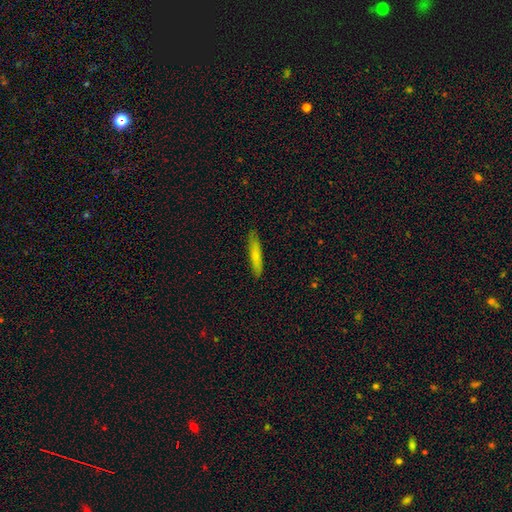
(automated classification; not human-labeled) The model was most divided on "smooth or featured": smooth: 68%, featured or disk: 25%, star or artifact: 6%. More confident: how rounded — cigar-shaped (89%); merging — none (85%).